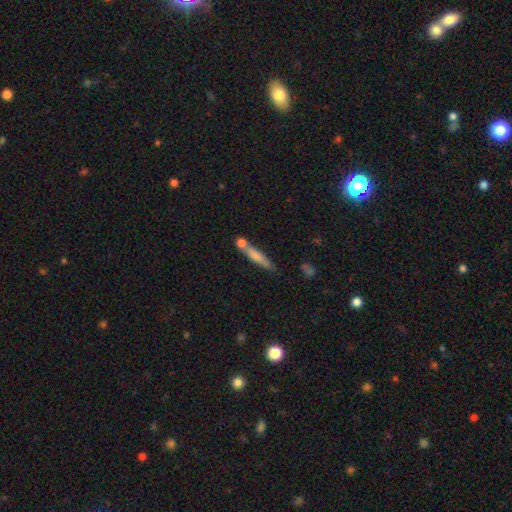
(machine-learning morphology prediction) This appears to be a smooth galaxy with no disk features (65%) that is cigar-shaped (89%). Merging: none (56%).